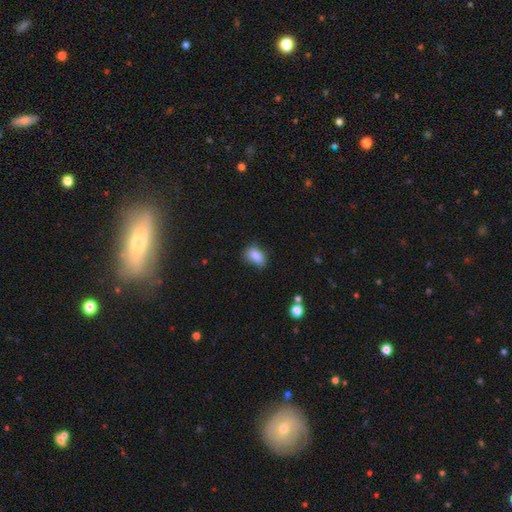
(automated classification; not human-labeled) Smooth or featured? Predicted: smooth (p=0.86). How rounded? Predicted: in between (p=0.85). Merging? Predicted: none (p=0.63).